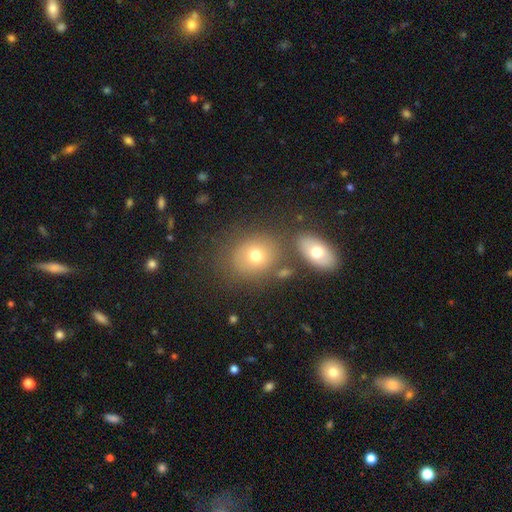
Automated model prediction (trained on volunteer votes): A smooth galaxy with no disk features (71%) that is round (62%).

Vote fractions:
- Smooth or featured? smooth: 71% / featured or disk: 17% / star or artifact: 12%
- How rounded? round: 62% / in between: 37% / cigar-shaped: 1%
- Merging? none: 64% / merger: 17% / minor disturbance: 13% / major disturbance: 6%